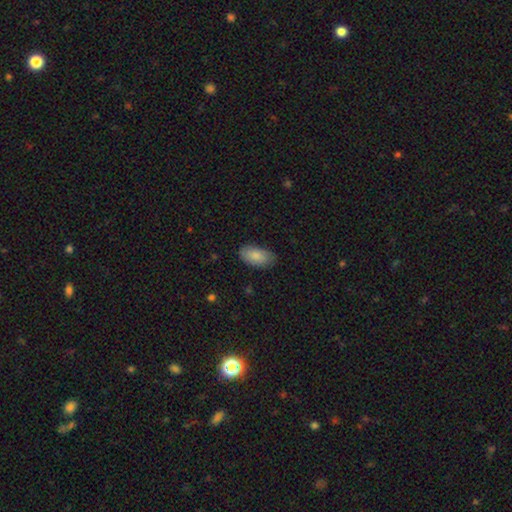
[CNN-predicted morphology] Smooth or featured? Predicted: smooth (p=0.86). How rounded? Predicted: in between (p=0.94). Merging? Predicted: none (p=0.82).